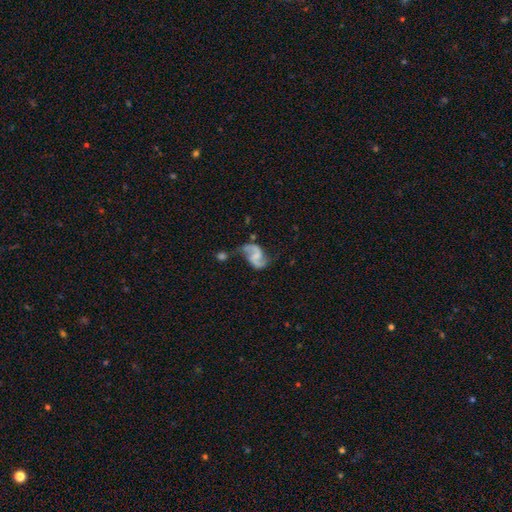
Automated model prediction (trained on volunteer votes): Smooth or featured: featured or disk — 85% (smooth — 9%)
Edge-on disk: no — 98% (yes — 2%)
Bar: weak — 46% (no — 38%)
Spiral arms: yes — 95% (no — 5%)
Spiral winding: loose — 57% (medium — 36%)
Spiral arm count: 2 — 93% (can't tell — 2%)
Bulge size: none — 52% (small — 28%)
Merging: none — 54% (minor disturbance — 20%)